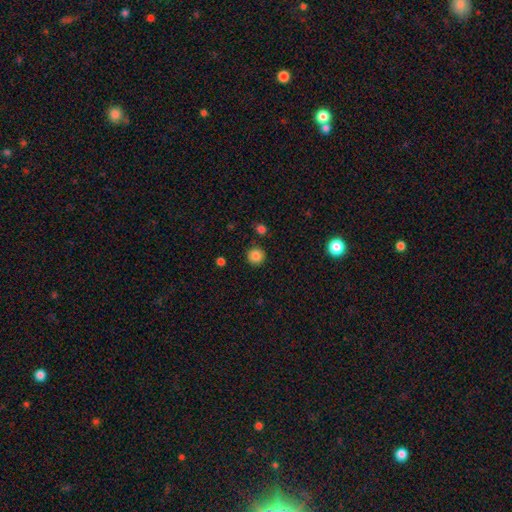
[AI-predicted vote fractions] Q: Smooth or featured?
A: smooth (85%); runner-up: star or artifact (11%)
Q: How rounded?
A: round (95%); runner-up: in between (4%)
Q: Merging?
A: none (90%); runner-up: minor disturbance (6%)